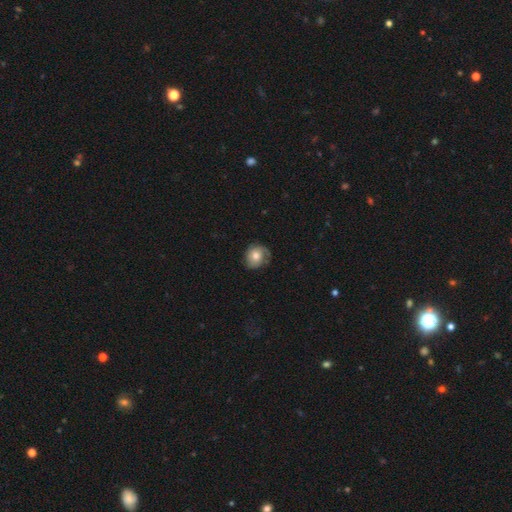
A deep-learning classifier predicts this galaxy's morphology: Smooth or featured? Predicted: smooth (p=0.52). How rounded? Predicted: round (p=0.77). Merging? Predicted: none (p=0.62).